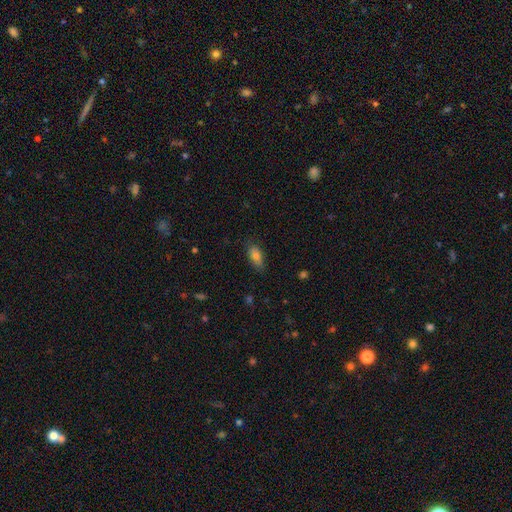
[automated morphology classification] smooth_or_featured: smooth (p=0.79) [alt: featured or disk p=0.13]
how_rounded: in between (p=0.85) [alt: cigar-shaped p=0.11]
merging: none (p=0.75) [alt: minor disturbance p=0.20]